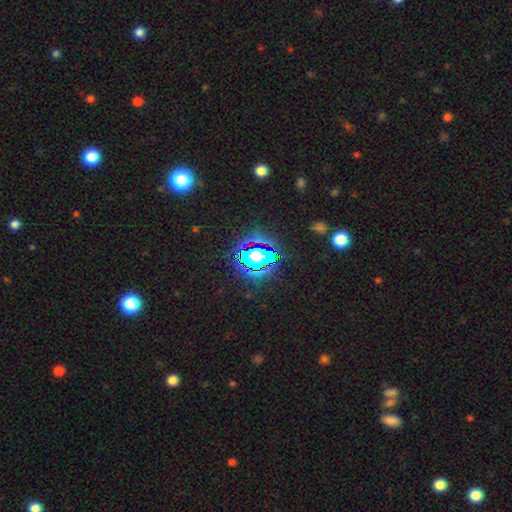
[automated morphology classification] This is likely a star or artifact rather than a galaxy (64%).